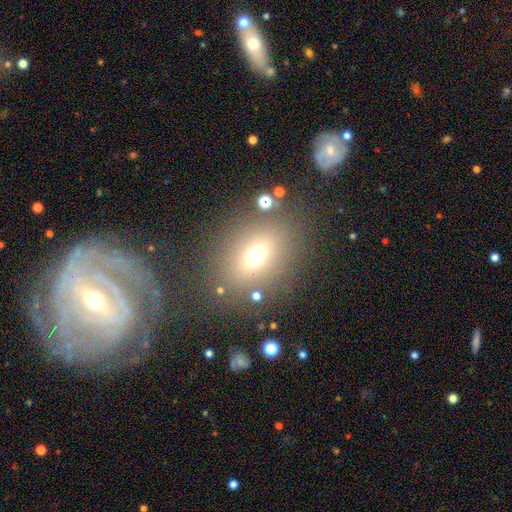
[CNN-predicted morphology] A smooth galaxy with no disk features (65%) that is round (50%). Merging: none (77%).